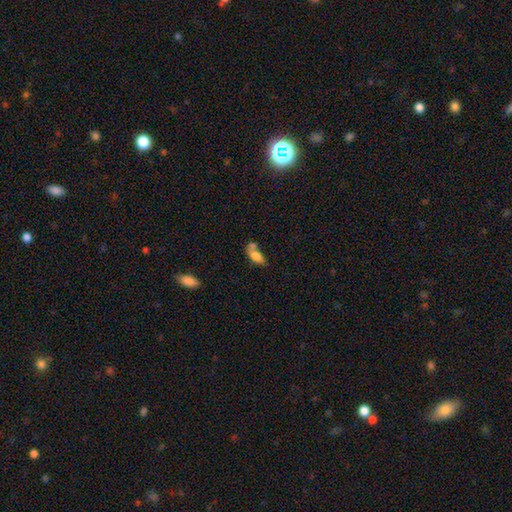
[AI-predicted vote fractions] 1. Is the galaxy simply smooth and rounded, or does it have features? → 76% smooth, 16% featured or disk, 8% star or artifact.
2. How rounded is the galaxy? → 86% in between, 9% cigar-shaped, 5% round.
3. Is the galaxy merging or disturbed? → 49% merger, 29% none, 14% minor disturbance, 8% major disturbance.